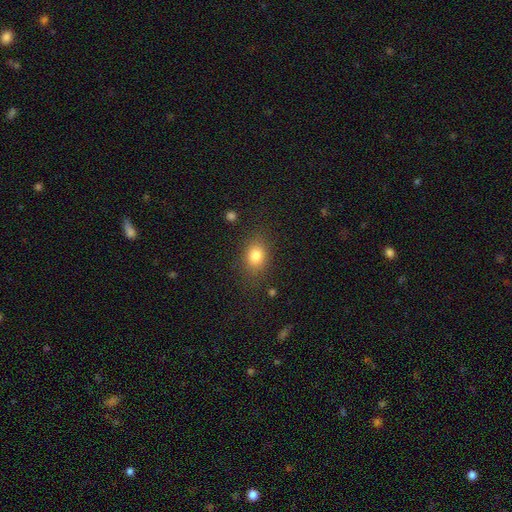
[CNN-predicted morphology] A smooth galaxy with no disk features (81%) that is in between round and cigar-shaped (65%). Merging: none (79%).